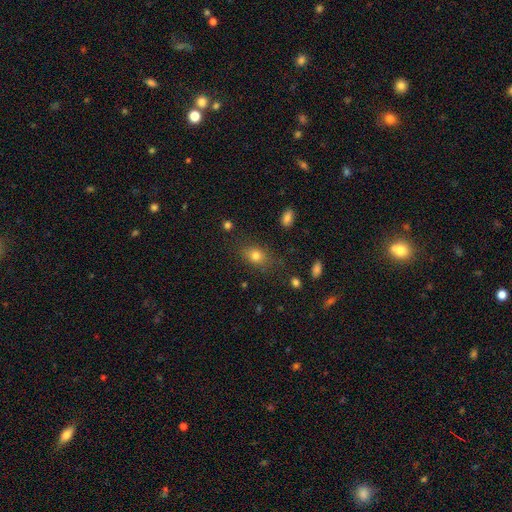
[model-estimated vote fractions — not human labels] Morphology: type=smooth (78%); roundness=in between (66%); merging=none (78%).